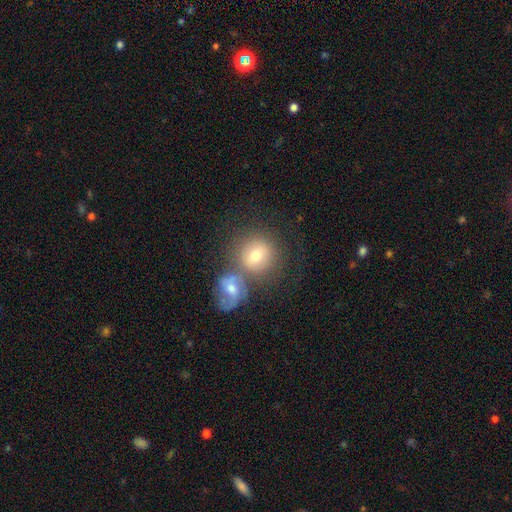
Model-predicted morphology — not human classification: Q: Smooth or featured?
A: smooth (60%); runner-up: featured or disk (28%)
Q: How rounded?
A: round (83%); runner-up: in between (16%)
Q: Merging?
A: none (46%); runner-up: merger (40%)